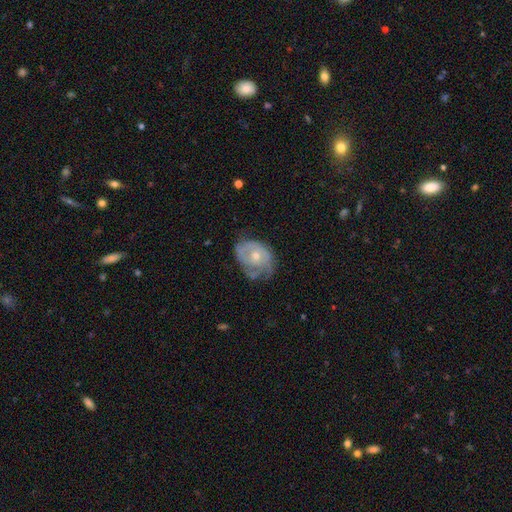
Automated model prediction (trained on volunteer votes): Smooth or featured? featured or disk (69%)
Edge-on disk? no (97%)
Bar? no (82%)
Spiral arms? yes (74%)
Bulge size? moderate (57%)
Merging? none (47%)